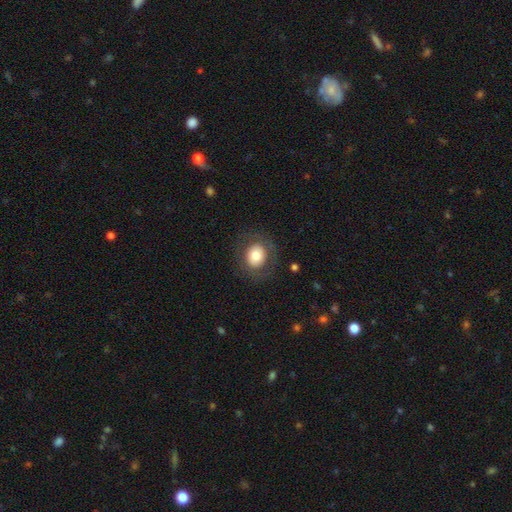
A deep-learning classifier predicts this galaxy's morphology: The model was most divided on "how rounded": round: 73%, in between: 26%, cigar-shaped: 1%. More confident: merging — none (82%); smooth or featured — smooth (71%).